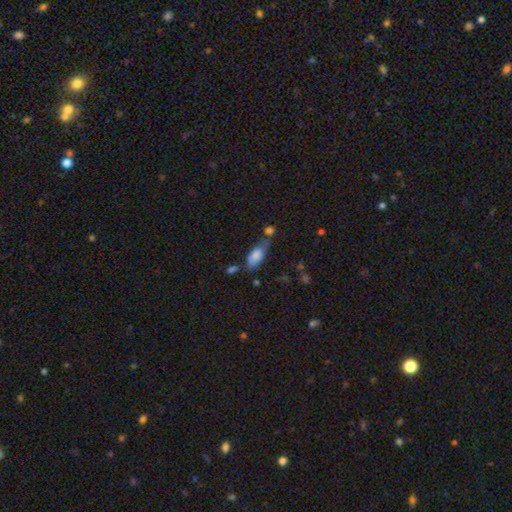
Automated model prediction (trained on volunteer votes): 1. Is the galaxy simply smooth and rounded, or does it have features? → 78% smooth, 14% featured or disk, 8% star or artifact.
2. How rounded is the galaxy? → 86% in between, 11% cigar-shaped, 3% round.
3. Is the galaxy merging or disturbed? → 36% none, 28% minor disturbance, 22% merger, 13% major disturbance.